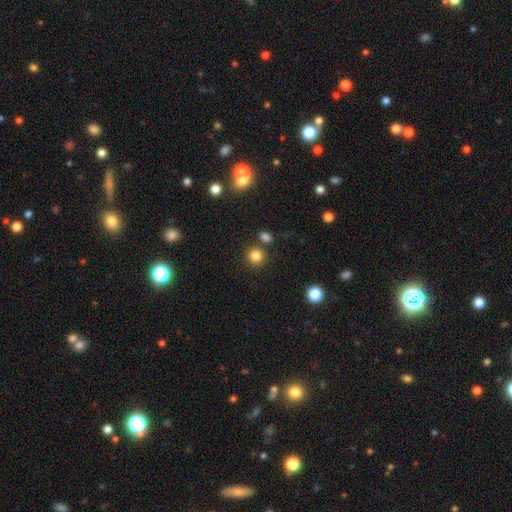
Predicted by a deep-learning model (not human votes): This is clearly a smooth galaxy (83%). How rounded: clearly round (90%). Merging: clearly none (80%).